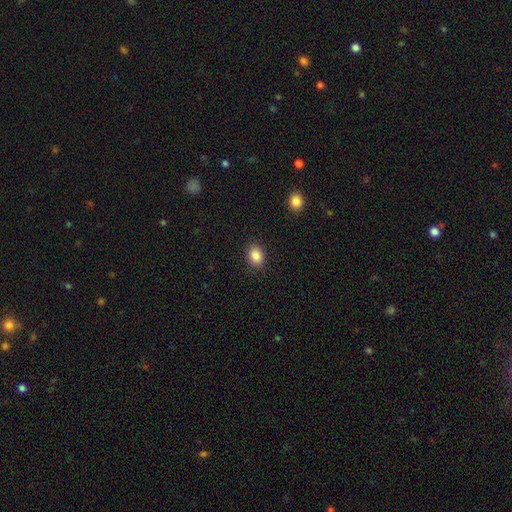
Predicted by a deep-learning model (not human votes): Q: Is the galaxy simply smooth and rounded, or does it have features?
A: smooth — 87%.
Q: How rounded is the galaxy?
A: in between — 63%.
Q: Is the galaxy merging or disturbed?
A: none — 88%.